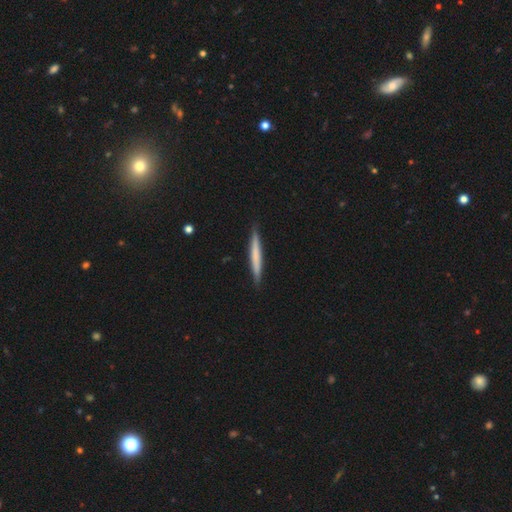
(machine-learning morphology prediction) smooth 61%, featured or disk 34%, star or artifact 5%. Down the decision tree: how rounded — cigar-shaped (96%); merging — none (89%).